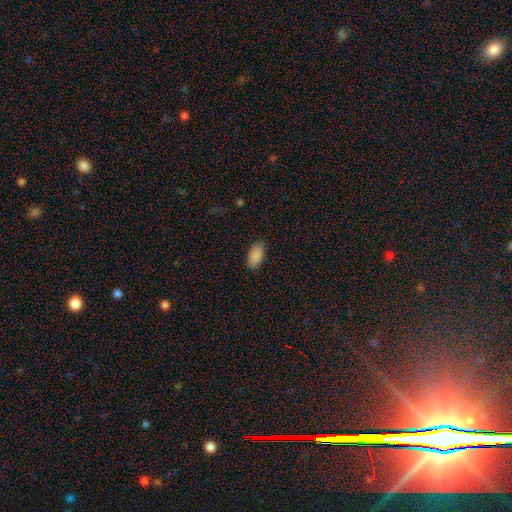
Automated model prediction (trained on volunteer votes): A smooth galaxy with no disk features (88%) that is in between round and cigar-shaped (92%). Merging: none (86%).